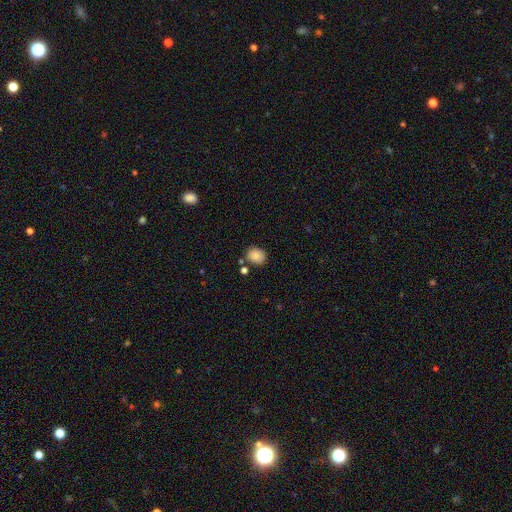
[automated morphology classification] This is clearly a smooth galaxy (86%). How rounded: likely round (62%). Merging: likely none (77%).